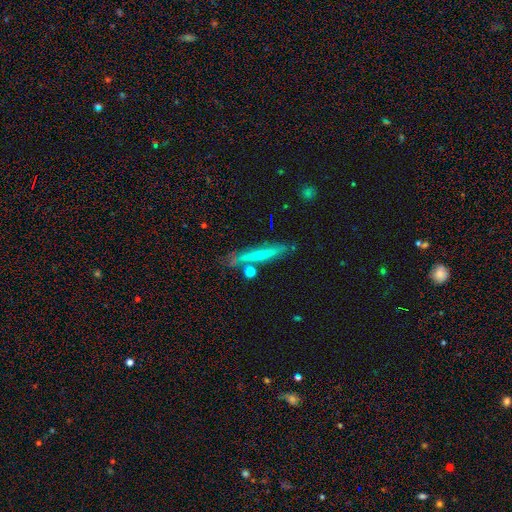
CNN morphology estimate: This is possibly a featured or disk galaxy (57%). It is clearly viewed edge-on (88%). Edge-on bulge: possibly none (48%). Merging: likely none (77%).